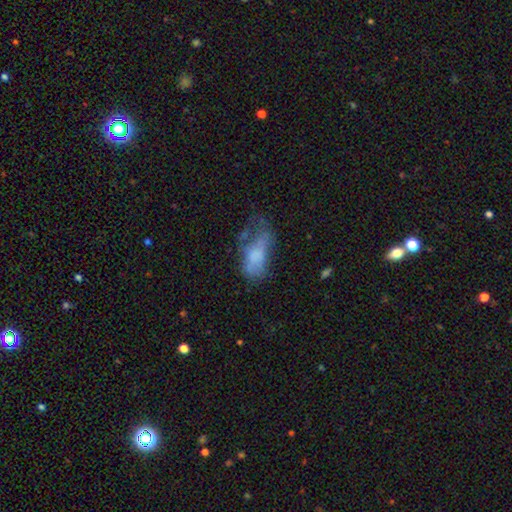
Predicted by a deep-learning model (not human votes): The model was most divided on "merging": major disturbance: 43%, minor disturbance: 24%, none: 24%, merger: 9%. More confident: how rounded — in between (87%); smooth or featured — smooth (55%).